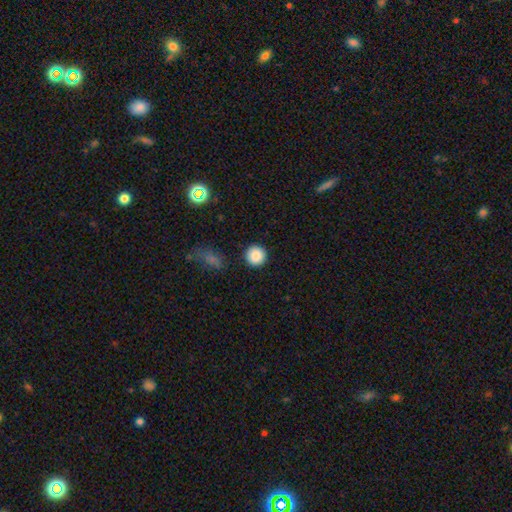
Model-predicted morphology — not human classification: A smooth galaxy with no disk features (87%) that is round (95%). Merging: none (91%).